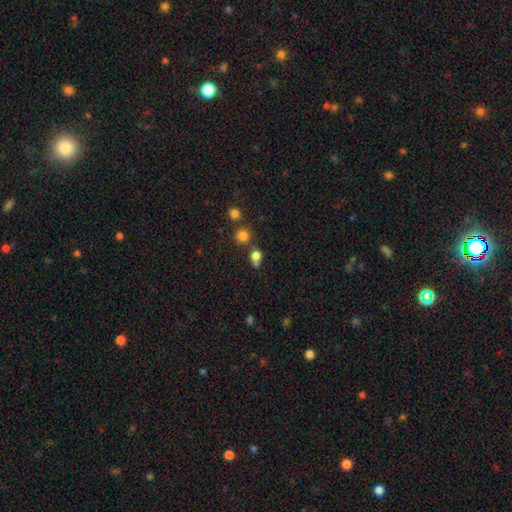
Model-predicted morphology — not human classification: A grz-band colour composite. It shows a smooth galaxy with no disk features (78%) that is round (54%). Merging: none (48%).